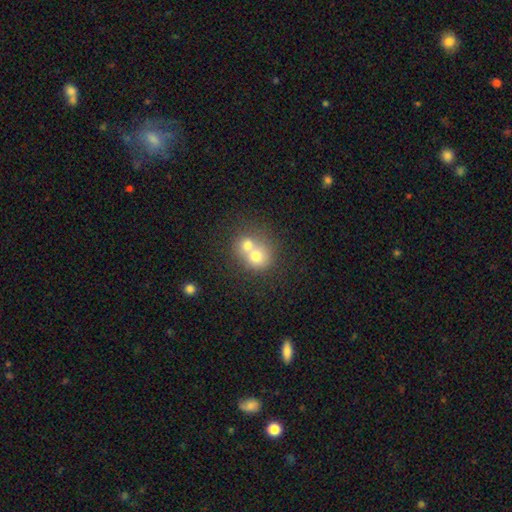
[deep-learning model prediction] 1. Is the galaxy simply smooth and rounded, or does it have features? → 68% smooth, 21% featured or disk, 10% star or artifact.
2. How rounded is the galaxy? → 76% round, 23% in between, 1% cigar-shaped.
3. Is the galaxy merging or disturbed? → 66% merger, 26% none, 6% minor disturbance, 3% major disturbance.